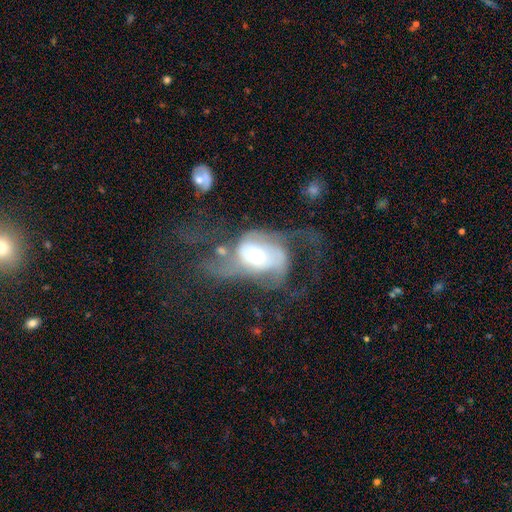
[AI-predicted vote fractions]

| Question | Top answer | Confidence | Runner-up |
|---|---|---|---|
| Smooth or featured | featured or disk | 75% | smooth (18%) |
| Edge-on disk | no | 96% | yes (4%) |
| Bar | no | 62% | weak (28%) |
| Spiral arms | yes | 80% | no (20%) |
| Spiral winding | loose | 47% | medium (39%) |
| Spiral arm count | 2 | 51% | can't tell (19%) |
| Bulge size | moderate | 63% | large (20%) |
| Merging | major disturbance | 53% | none (22%) |